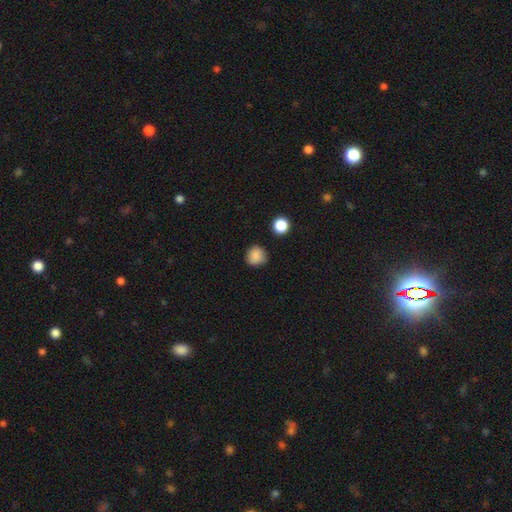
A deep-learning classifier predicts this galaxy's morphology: type=smooth (85%); roundness=round (89%); merging=none (81%).